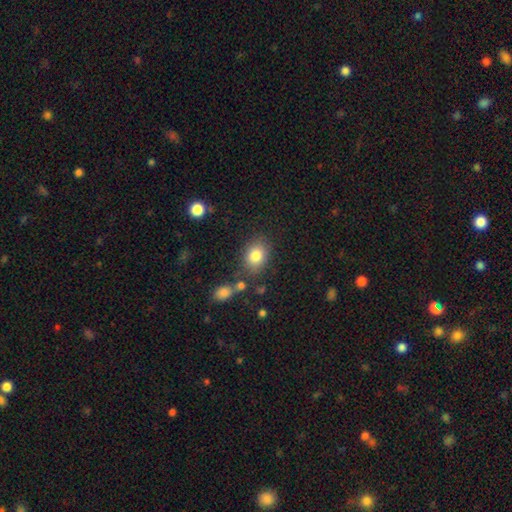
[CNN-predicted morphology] smooth-or-featured: smooth: 82% | star or artifact: 9% | featured or disk: 9%
  how-rounded: in between: 61% | round: 38% | cigar-shaped: 1%
  merging: none: 74% | minor disturbance: 14% | merger: 7% | major disturbance: 5%